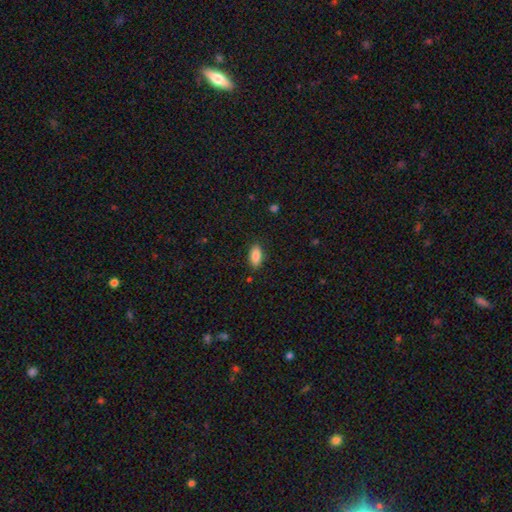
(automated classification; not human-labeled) The model was most divided on "merging": none: 85%, minor disturbance: 11%, major disturbance: 3%, merger: 1%. More confident: how rounded — in between (90%); smooth or featured — smooth (87%).